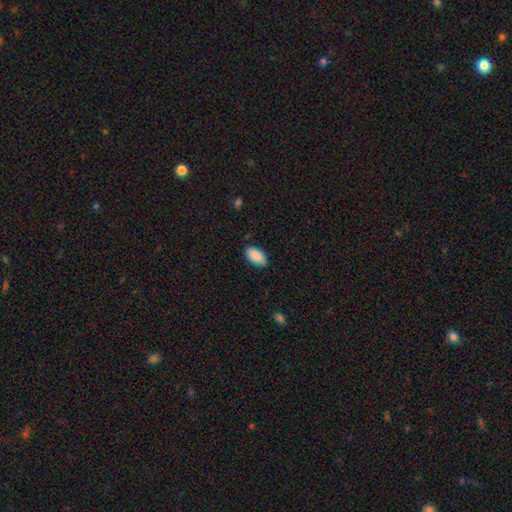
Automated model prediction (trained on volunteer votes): smooth-or-featured: smooth: 89% | star or artifact: 6% | featured or disk: 4%
  how-rounded: in between: 95% | round: 3% | cigar-shaped: 2%
  merging: none: 85% | minor disturbance: 12% | major disturbance: 2% | merger: 1%